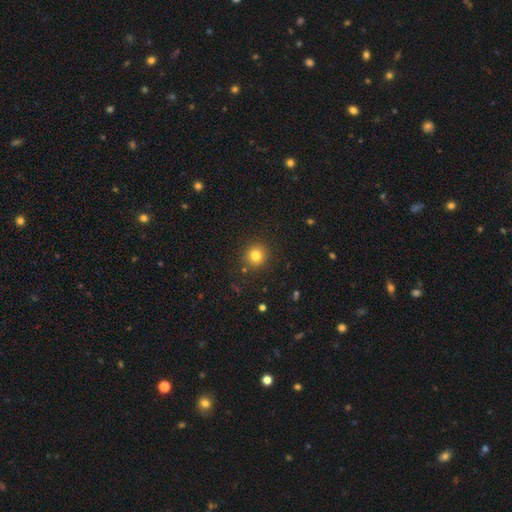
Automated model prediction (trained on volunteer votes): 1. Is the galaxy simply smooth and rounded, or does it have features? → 80% smooth, 13% star or artifact, 7% featured or disk.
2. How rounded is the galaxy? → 92% round, 7% in between, 1% cigar-shaped.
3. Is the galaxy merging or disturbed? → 90% none, 7% minor disturbance, 2% major disturbance, 2% merger.